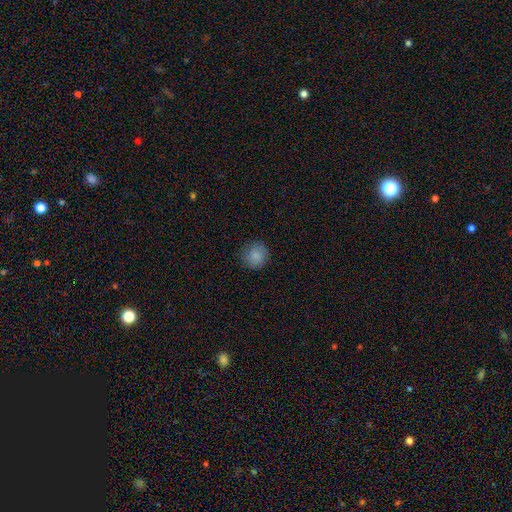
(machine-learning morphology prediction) smooth_or_featured: smooth (p=0.86) [alt: star or artifact p=0.08]
how_rounded: round (p=0.91) [alt: in between p=0.09]
merging: none (p=0.85) [alt: minor disturbance p=0.11]